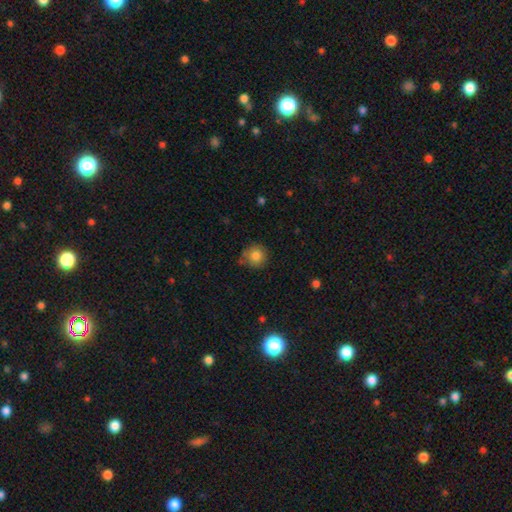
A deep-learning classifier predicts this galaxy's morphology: type=smooth (82%); roundness=round (93%); merging=none (76%).